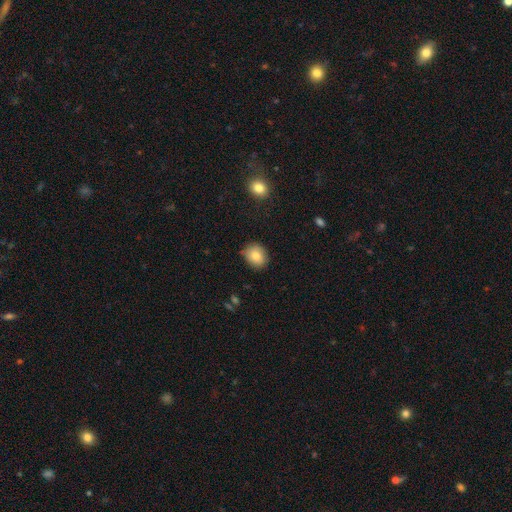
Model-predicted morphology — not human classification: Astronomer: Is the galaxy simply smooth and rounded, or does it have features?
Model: smooth — 83%.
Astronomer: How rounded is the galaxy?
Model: round — 65%.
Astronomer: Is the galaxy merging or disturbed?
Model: none — 81%.